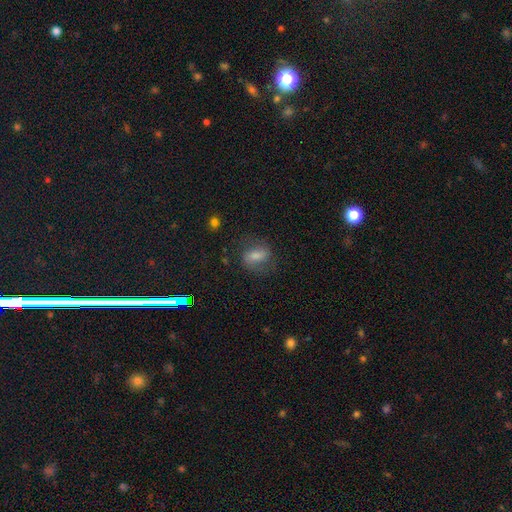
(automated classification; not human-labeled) This is possibly a smooth galaxy (50%). Merging: likely none (72%).